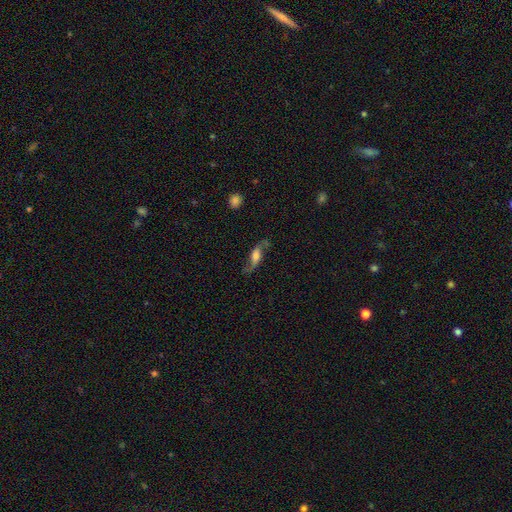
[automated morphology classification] This is likely a featured or disk galaxy (75%). It is clearly not viewed edge-on (83%). Bar: marginally no (44%). Spiral arm pattern: clearly yes (94%). Spiral arm count: clearly 2 (92%). Spiral winding: clearly loose (81%). Central bulge: marginally moderate (41%). Merging: likely none (72%).